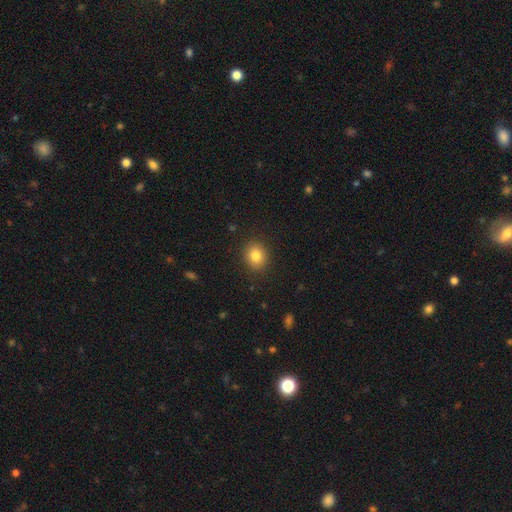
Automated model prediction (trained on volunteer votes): Smooth or featured? Predicted: smooth (p=0.83). How rounded? Predicted: round (p=0.72). Merging? Predicted: none (p=0.89).